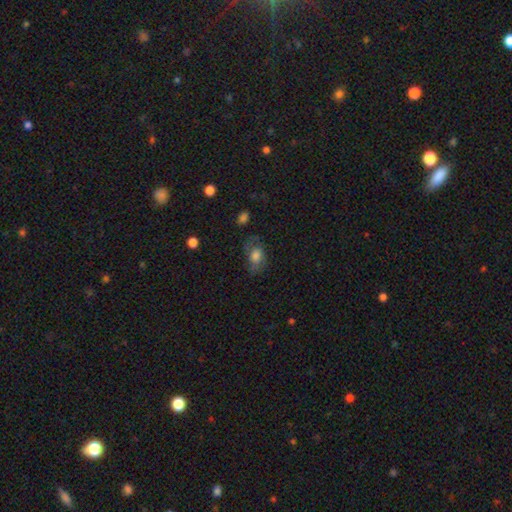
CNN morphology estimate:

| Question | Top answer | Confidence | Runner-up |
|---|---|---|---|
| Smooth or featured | smooth | 57% | featured or disk (32%) |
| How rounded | in between | 79% | round (19%) |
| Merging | none | 56% | minor disturbance (25%) |